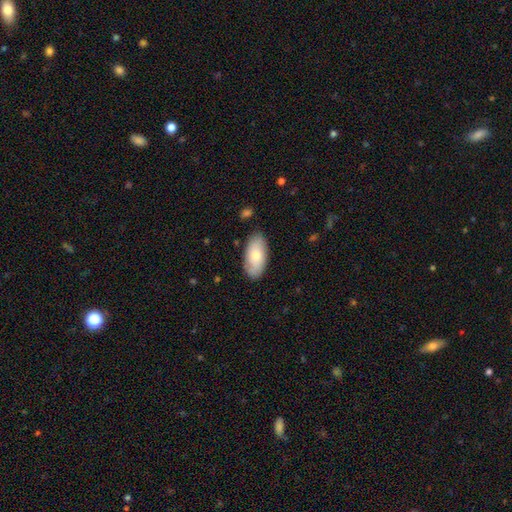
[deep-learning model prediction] smooth_or_featured: smooth (p=0.71) [alt: featured or disk p=0.23]
how_rounded: in between (p=0.93) [alt: cigar-shaped p=0.05]
merging: none (p=0.84) [alt: minor disturbance p=0.12]